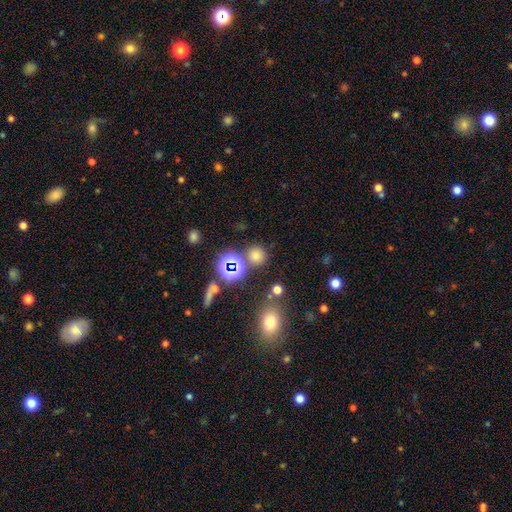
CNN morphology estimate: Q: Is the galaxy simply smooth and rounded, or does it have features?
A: smooth — 68%.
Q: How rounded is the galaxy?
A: round — 88%.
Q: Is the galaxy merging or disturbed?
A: none — 79%.